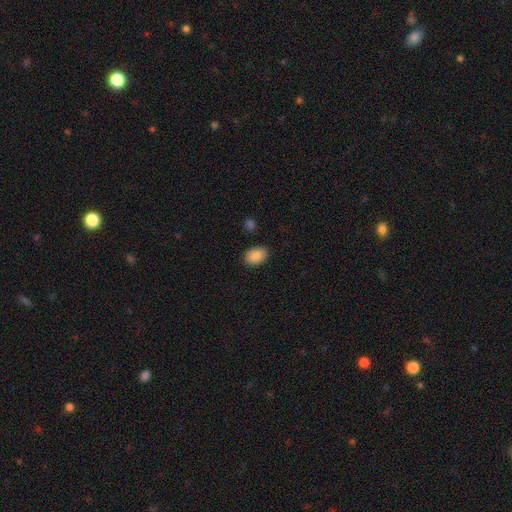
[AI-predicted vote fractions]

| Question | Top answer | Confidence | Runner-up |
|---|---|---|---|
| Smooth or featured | smooth | 88% | star or artifact (7%) |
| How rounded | in between | 81% | round (18%) |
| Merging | none | 86% | minor disturbance (10%) |